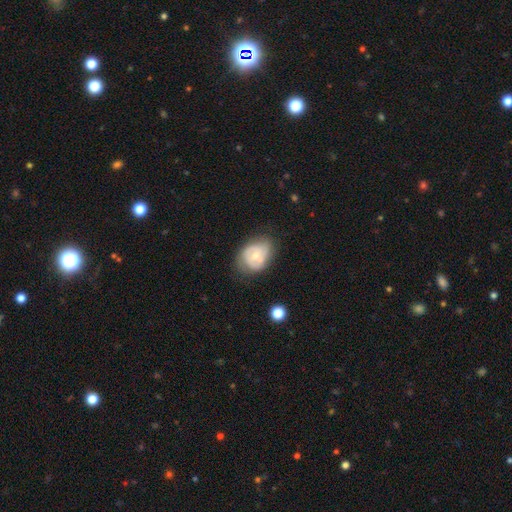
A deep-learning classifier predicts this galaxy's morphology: smooth_or_featured: featured or disk (p=0.58) [alt: smooth p=0.35]
disk_edge_on: no (p=0.97) [alt: yes p=0.03]
bar: no (p=0.70) [alt: weak p=0.25]
has_spiral_arms: yes (p=0.64) [alt: no p=0.36]
bulge_size: moderate (p=0.52) [alt: small p=0.43]
merging: none (p=0.55) [alt: minor disturbance p=0.29]